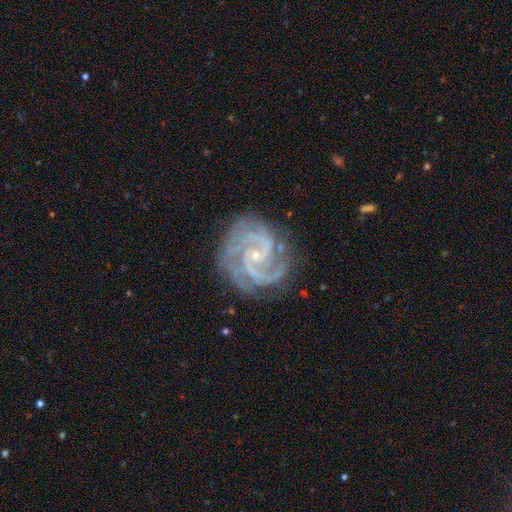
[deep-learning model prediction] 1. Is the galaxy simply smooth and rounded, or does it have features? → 92% featured or disk, 5% star or artifact, 3% smooth.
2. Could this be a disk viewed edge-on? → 98% no, 2% yes.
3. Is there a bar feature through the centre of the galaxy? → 57% no, 31% weak, 11% strong.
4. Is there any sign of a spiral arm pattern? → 99% yes, 1% no.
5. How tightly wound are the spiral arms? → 51% tight, 44% medium, 5% loose.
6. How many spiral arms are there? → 41% 2, 32% 3, 8% 4, 8% can't tell, 5% more than 4, 5% 1.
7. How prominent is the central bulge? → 84% small, 12% moderate, 2% none, 1% large, 1% dominant.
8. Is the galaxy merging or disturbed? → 76% none, 17% minor disturbance, 6% major disturbance, 1% merger.